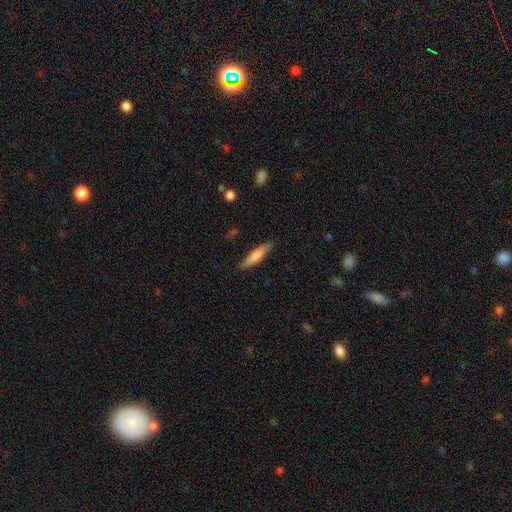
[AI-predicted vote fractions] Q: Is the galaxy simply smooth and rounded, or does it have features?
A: smooth — 76%.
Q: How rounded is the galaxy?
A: cigar-shaped — 83%.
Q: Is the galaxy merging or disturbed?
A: none — 87%.